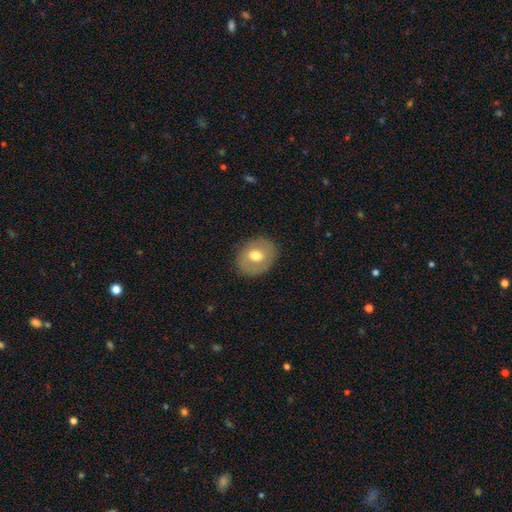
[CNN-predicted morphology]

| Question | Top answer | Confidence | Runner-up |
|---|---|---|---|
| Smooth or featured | smooth | 62% | featured or disk (31%) |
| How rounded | round | 59% | in between (40%) |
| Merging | none | 84% | minor disturbance (12%) |